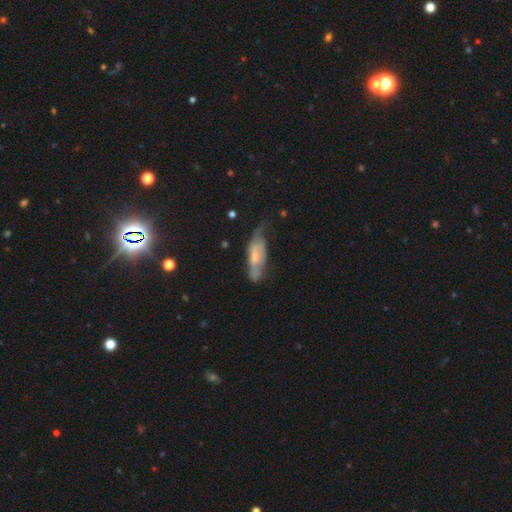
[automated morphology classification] smooth-or-featured: featured or disk: 50% | smooth: 42% | star or artifact: 8%
  disk-edge-on: no: 68% | yes: 32%
  merging: none: 36% | minor disturbance: 34% | major disturbance: 26% | merger: 4%